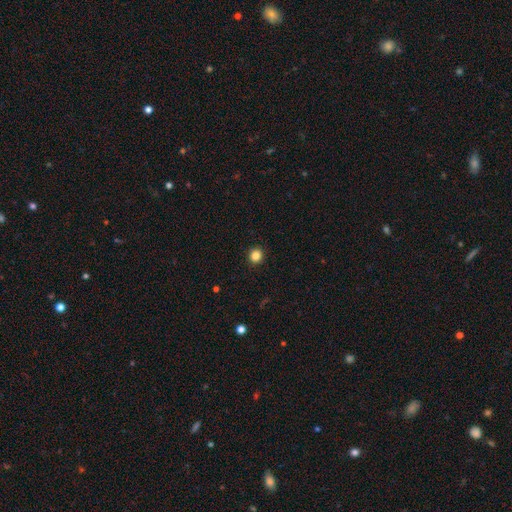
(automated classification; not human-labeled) This is clearly a smooth galaxy (85%). How rounded: clearly round (93%). Merging: clearly none (93%).